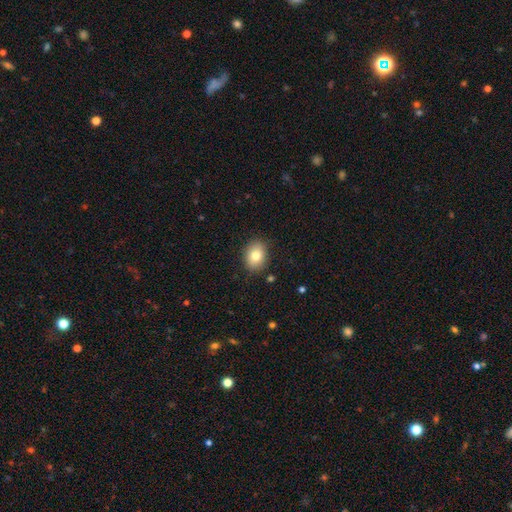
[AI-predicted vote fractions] smooth_or_featured: smooth (p=0.80) [alt: featured or disk p=0.11]
how_rounded: in between (p=0.62) [alt: round p=0.37]
merging: none (p=0.87) [alt: minor disturbance p=0.10]